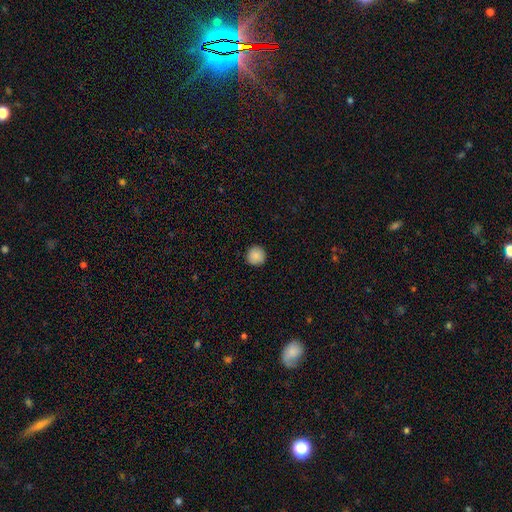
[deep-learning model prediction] Smooth or featured?
  - smooth: 89% *
  - star or artifact: 8%
  - featured or disk: 3%
How rounded?
  - round: 96% *
  - in between: 4%
  - cigar-shaped: 1%
Merging?
  - none: 92% *
  - minor disturbance: 5%
  - major disturbance: 2%
  - merger: 1%